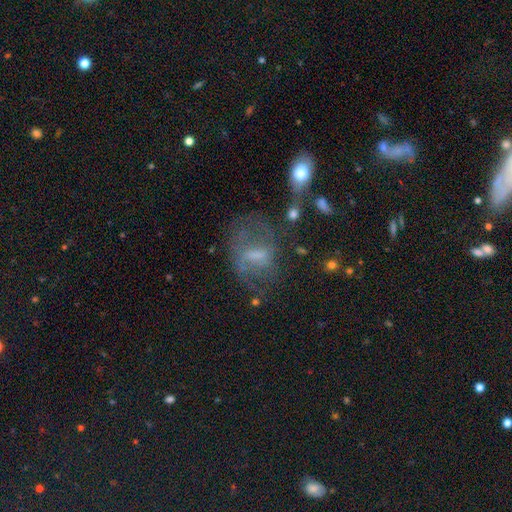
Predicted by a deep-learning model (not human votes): A featured or disk galaxy (48%). Merging: none (40%).